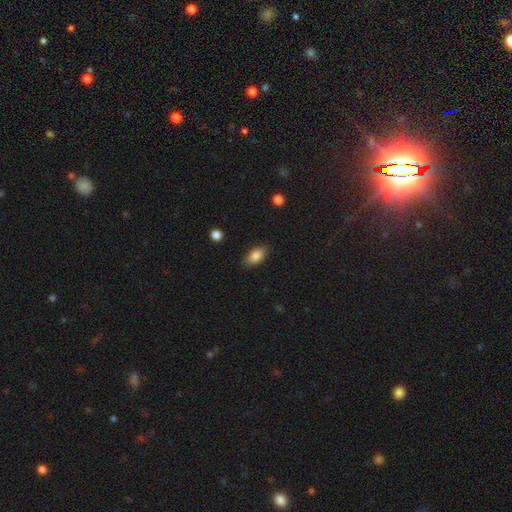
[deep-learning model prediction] A smooth galaxy with no disk features (86%) that is in between round and cigar-shaped (90%).

Vote fractions:
- Smooth or featured? smooth: 86% / star or artifact: 8% / featured or disk: 7%
- How rounded? in between: 90% / round: 6% / cigar-shaped: 4%
- Merging? none: 85% / minor disturbance: 12% / major disturbance: 3% / merger: 1%